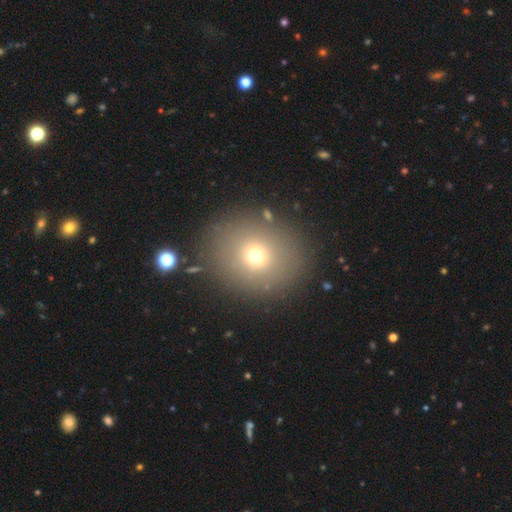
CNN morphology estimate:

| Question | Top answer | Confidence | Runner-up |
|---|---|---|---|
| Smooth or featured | smooth | 68% | star or artifact (17%) |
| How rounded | round | 75% | in between (24%) |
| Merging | none | 85% | minor disturbance (8%) |